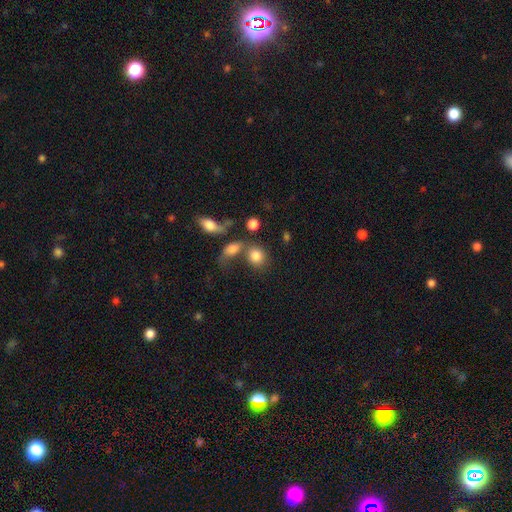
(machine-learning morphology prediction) smooth_or_featured: smooth (p=0.81) [alt: featured or disk p=0.09]
how_rounded: round (p=0.66) [alt: in between p=0.32]
merging: none (p=0.46) [alt: merger p=0.34]